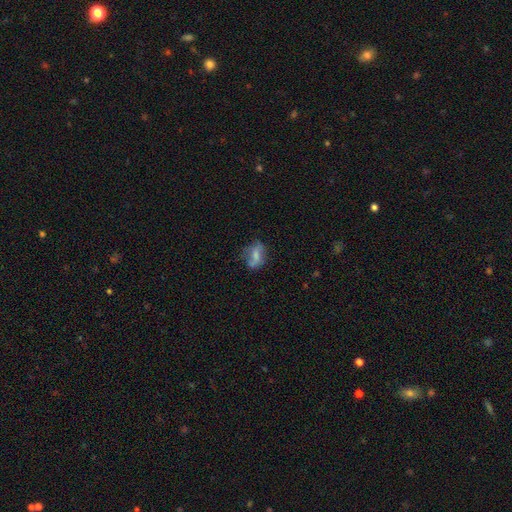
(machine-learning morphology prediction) The model was most divided on "merging": none: 51%, minor disturbance: 27%, major disturbance: 15%, merger: 8%. More confident: how rounded — in between (74%); smooth or featured — smooth (60%).